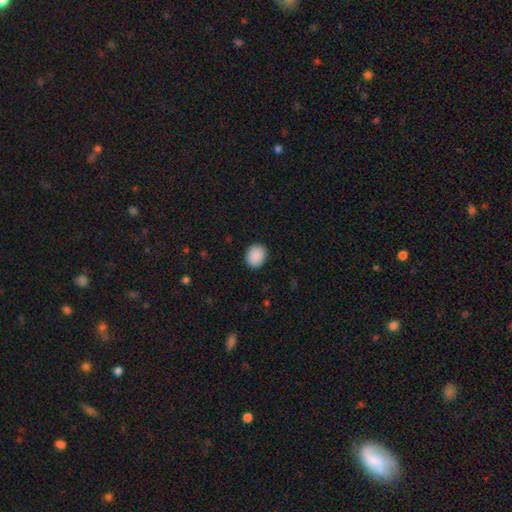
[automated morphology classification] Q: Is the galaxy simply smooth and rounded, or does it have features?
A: smooth — 90%.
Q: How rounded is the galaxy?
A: round — 56%.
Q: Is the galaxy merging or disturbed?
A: none — 89%.